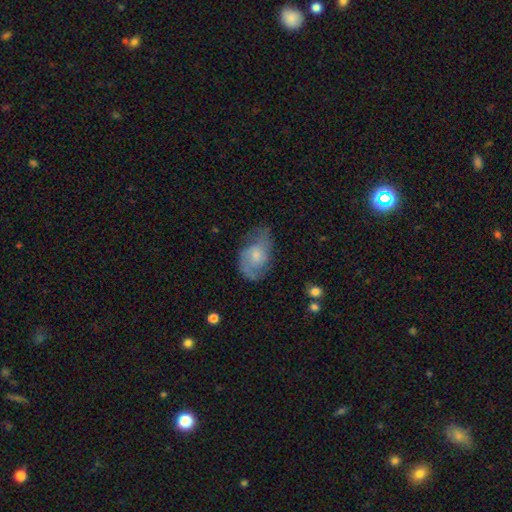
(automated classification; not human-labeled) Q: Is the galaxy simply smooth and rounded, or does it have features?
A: featured or disk — 56%.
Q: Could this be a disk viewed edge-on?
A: no — 96%.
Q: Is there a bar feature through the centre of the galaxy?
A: no — 71%.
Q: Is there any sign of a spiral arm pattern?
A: yes — 80%.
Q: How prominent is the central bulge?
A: small — 47%.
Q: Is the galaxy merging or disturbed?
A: none — 52%.